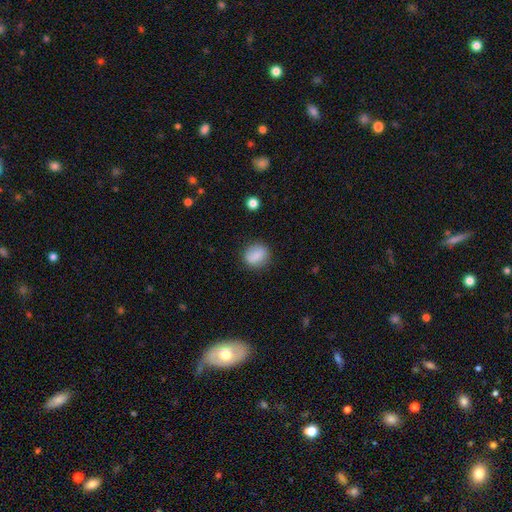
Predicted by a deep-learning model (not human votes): Morphology: type=smooth (82%); roundness=round (66%); merging=none (83%).